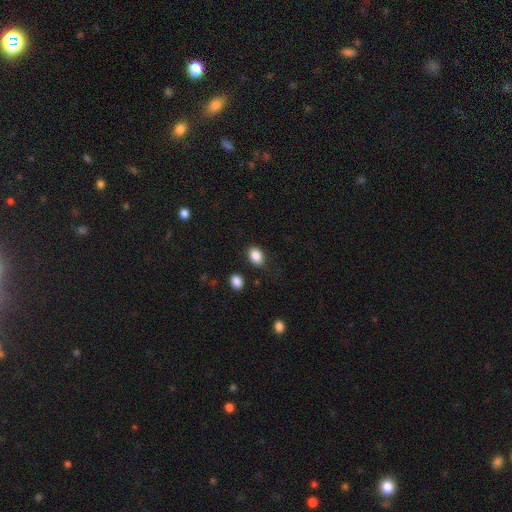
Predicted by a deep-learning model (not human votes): smooth-or-featured: smooth: 87% | star or artifact: 9% | featured or disk: 4%
  how-rounded: in between: 70% | round: 29% | cigar-shaped: 1%
  merging: none: 84% | minor disturbance: 10% | major disturbance: 3% | merger: 3%